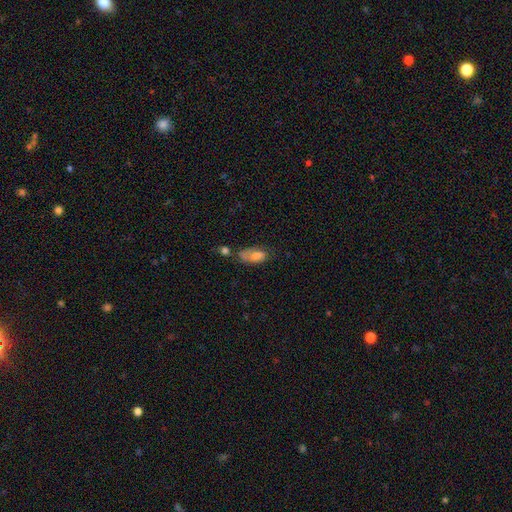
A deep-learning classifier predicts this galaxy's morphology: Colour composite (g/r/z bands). It shows a smooth galaxy with no disk features (63%) that is in between round and cigar-shaped (87%). Merging: none (42%).